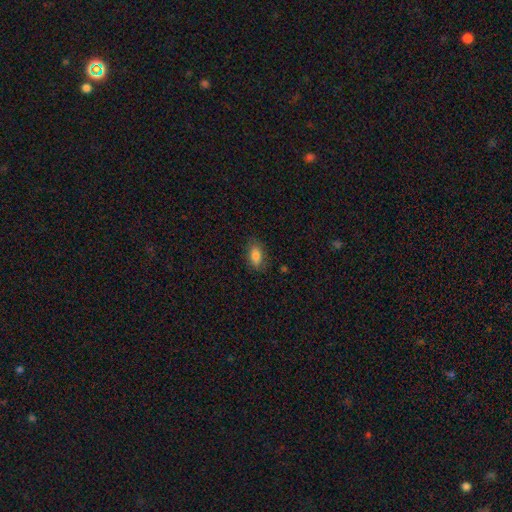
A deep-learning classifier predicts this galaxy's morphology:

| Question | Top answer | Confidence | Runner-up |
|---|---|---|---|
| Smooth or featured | smooth | 84% | star or artifact (8%) |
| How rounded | in between | 88% | cigar-shaped (7%) |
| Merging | none | 81% | minor disturbance (14%) |